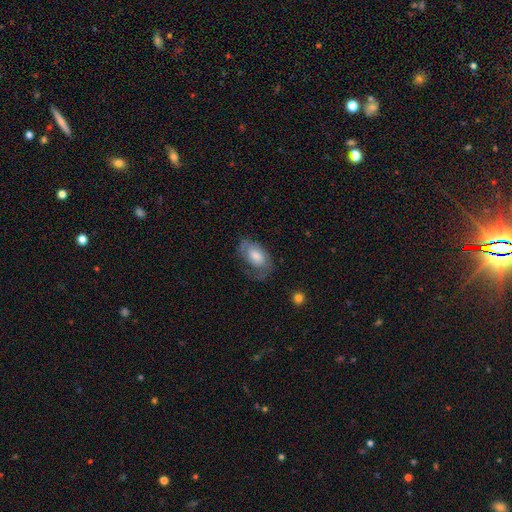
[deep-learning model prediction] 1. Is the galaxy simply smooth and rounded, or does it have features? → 48% smooth, 44% featured or disk, 7% star or artifact.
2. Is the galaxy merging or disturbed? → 51% none, 27% minor disturbance, 20% major disturbance, 2% merger.